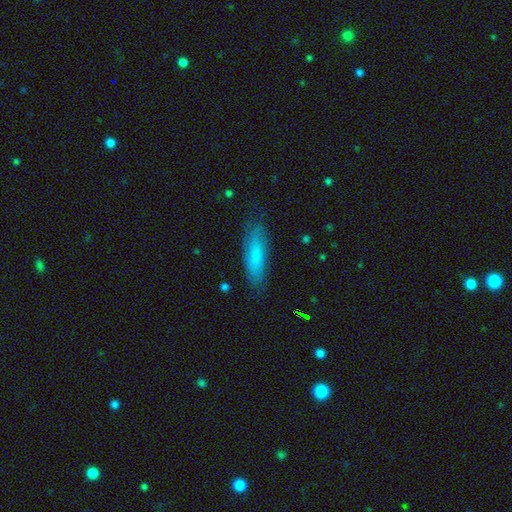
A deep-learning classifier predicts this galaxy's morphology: Smooth or featured: smooth — 75% (featured or disk — 18%)
How rounded: cigar-shaped — 58% (in between — 40%)
Merging: none — 80% (minor disturbance — 15%)